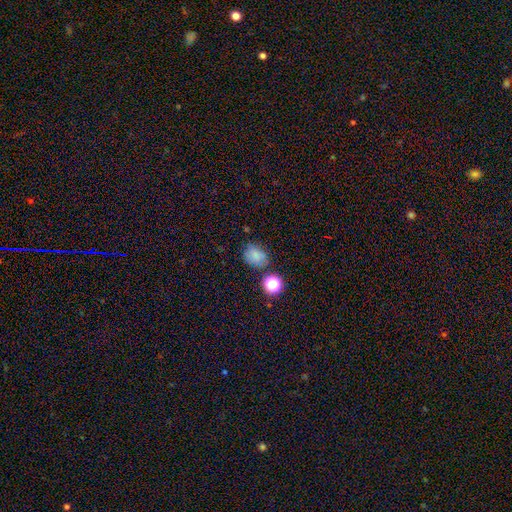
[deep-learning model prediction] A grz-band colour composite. It shows a smooth galaxy with no disk features (74%) that is in between round and cigar-shaped (53%). Merging: none (69%).